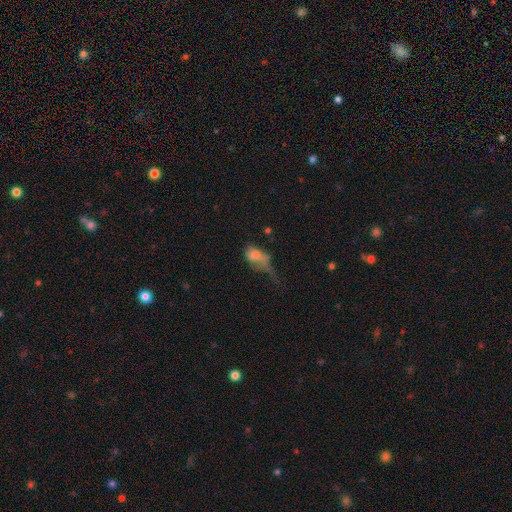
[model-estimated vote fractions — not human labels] Smooth or featured? Predicted: smooth (p=0.62). How rounded? Predicted: in between (p=0.82). Merging? Predicted: major disturbance (p=0.55).